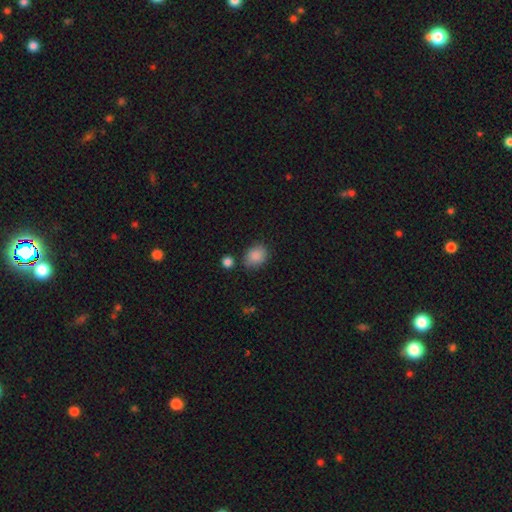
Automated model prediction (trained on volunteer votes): A smooth galaxy with no disk features (87%) that is in between round and cigar-shaped (51%). Merging: none (72%).